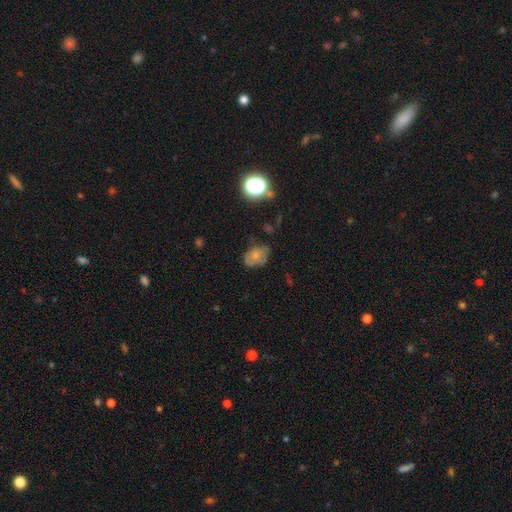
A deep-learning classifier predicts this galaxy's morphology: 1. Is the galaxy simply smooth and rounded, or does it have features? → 58% smooth, 28% featured or disk, 14% star or artifact.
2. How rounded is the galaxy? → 69% in between, 29% round, 1% cigar-shaped.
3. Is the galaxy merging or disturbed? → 58% none, 29% minor disturbance, 11% major disturbance, 2% merger.